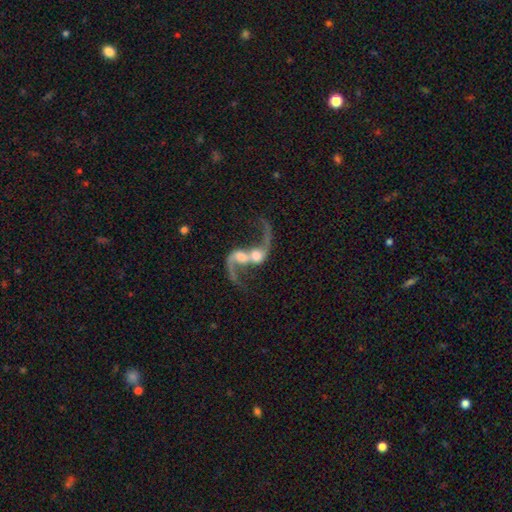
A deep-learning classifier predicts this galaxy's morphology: smooth-or-featured: featured or disk: 81% | smooth: 12% | star or artifact: 7%
  disk-edge-on: no: 96% | yes: 4%
    bar: no: 53% | weak: 32% | strong: 14%
    has-spiral-arms: yes: 87% | no: 13%
      spiral-winding: loose: 89% | medium: 10% | tight: 2%
      spiral-arm-count: 2: 83% | 1: 10% | can't tell: 3% | 3: 1% | 4: 1% | more than 4: 1%
    bulge-size: moderate: 46% | large: 20% | small: 20% | none: 10% | dominant: 4%
  merging: merger: 75% | none: 12% | major disturbance: 8% | minor disturbance: 4%